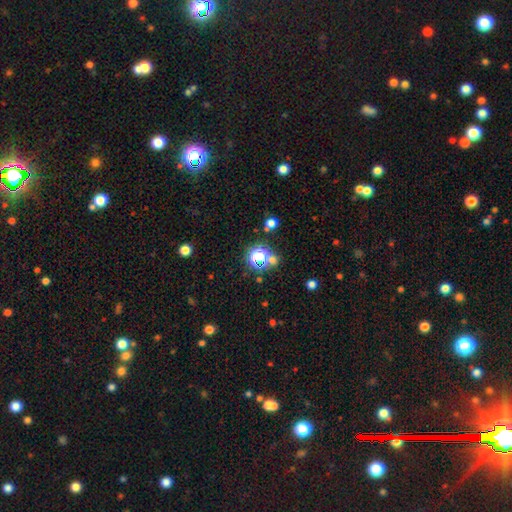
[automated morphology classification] smooth_or_featured: star or artifact (p=0.53) [alt: smooth p=0.38]